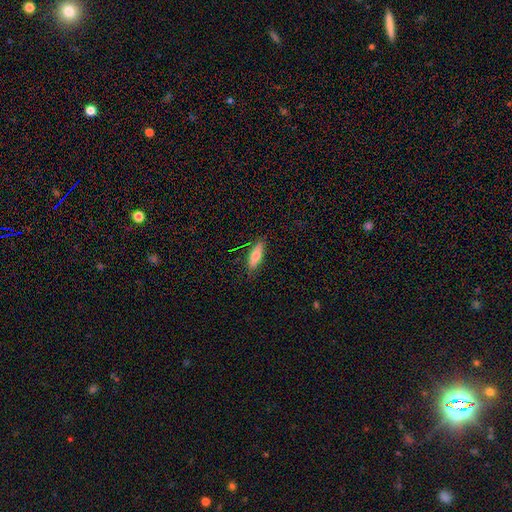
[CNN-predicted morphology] smooth 72%, featured or disk 22%, star or artifact 6%. Down the decision tree: how rounded — cigar-shaped (53%); merging — none (84%).